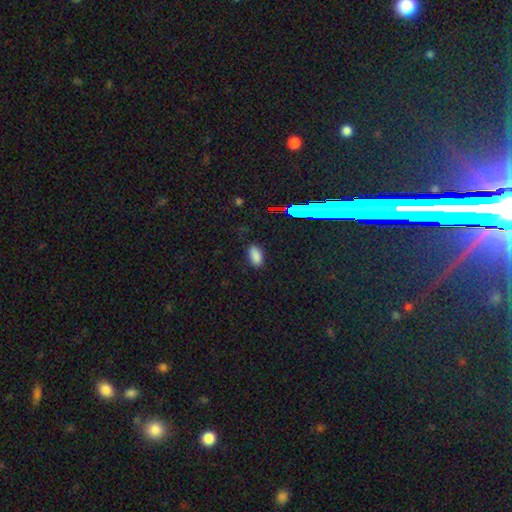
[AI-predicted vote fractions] The model was most divided on "smooth or featured": smooth: 80%, star or artifact: 15%, featured or disk: 4%. More confident: how rounded — in between (90%); merging — none (84%).